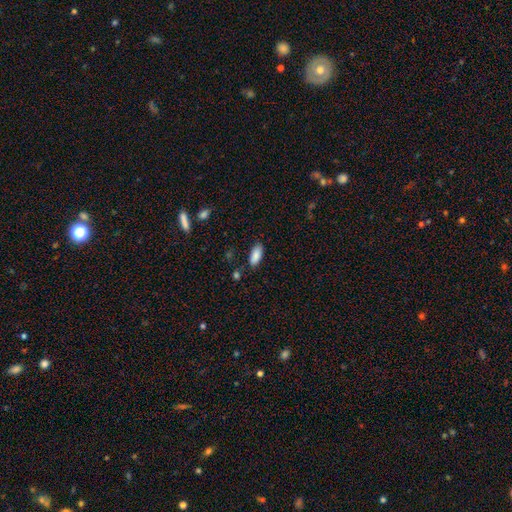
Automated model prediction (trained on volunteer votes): This appears to be a smooth galaxy with no disk features (87%) that is in between round and cigar-shaped (86%). Merging: none (82%).